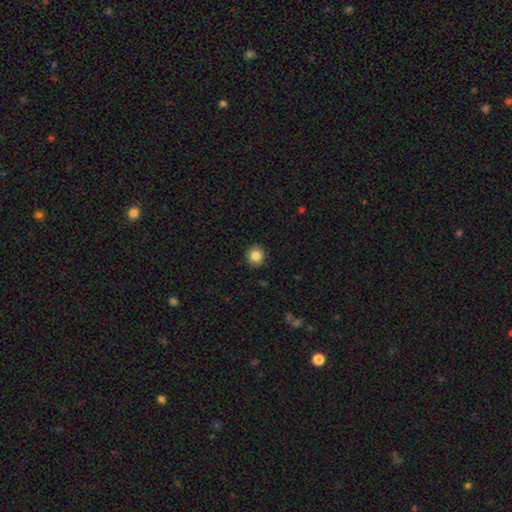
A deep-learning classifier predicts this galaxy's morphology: Smooth or featured? Predicted: smooth (p=0.85). How rounded? Predicted: round (p=0.91). Merging? Predicted: none (p=0.91).